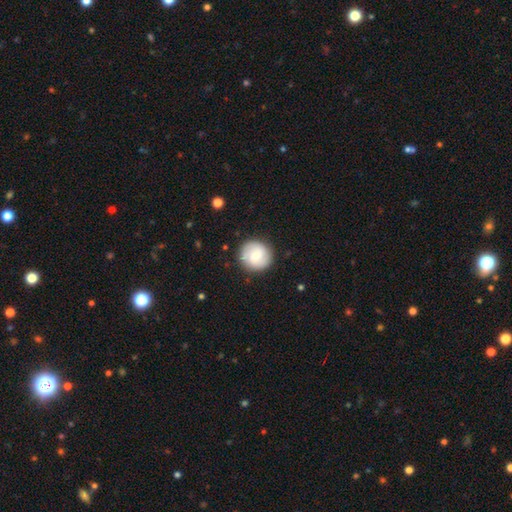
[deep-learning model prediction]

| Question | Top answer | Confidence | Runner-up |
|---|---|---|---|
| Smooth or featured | smooth | 50% | featured or disk (43%) |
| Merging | none | 86% | minor disturbance (10%) |